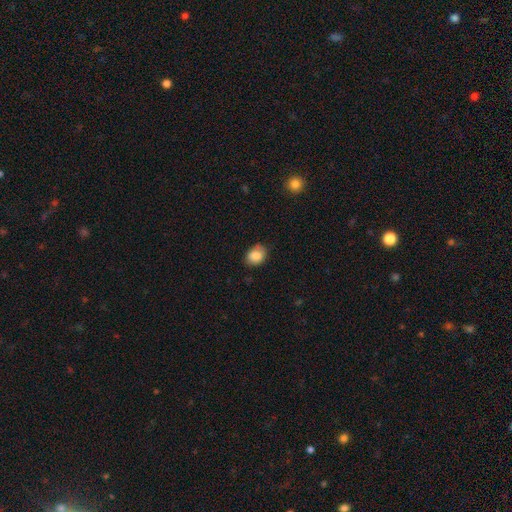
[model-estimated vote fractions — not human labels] This is clearly a smooth galaxy (86%). How rounded: likely in between (63%). Merging: likely none (75%).